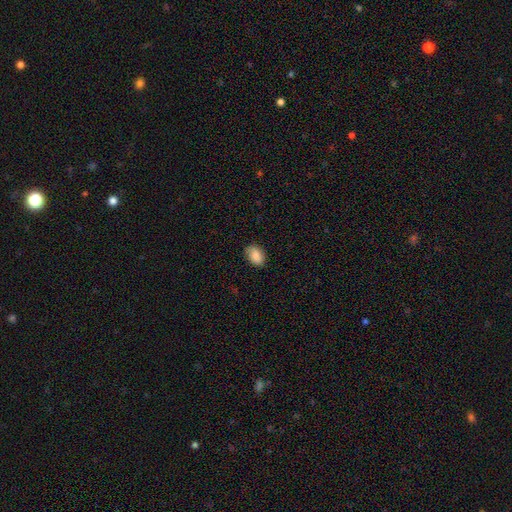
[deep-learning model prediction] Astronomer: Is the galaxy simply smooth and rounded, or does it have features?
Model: smooth — 83%.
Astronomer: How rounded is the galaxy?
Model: in between — 84%.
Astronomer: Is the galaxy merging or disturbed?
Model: none — 82%.